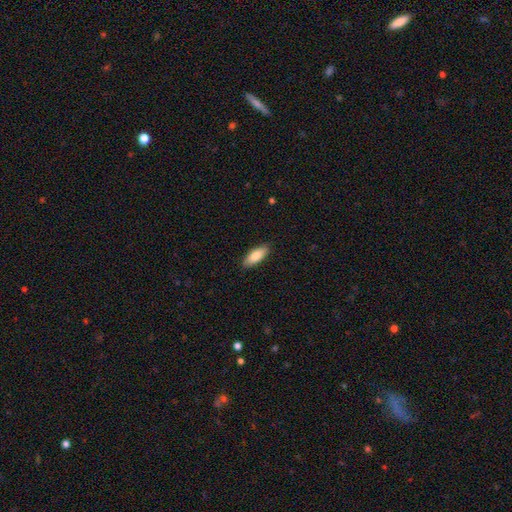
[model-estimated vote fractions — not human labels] smooth_or_featured: smooth (p=0.81) [alt: featured or disk p=0.13]
how_rounded: in between (p=0.72) [alt: cigar-shaped p=0.26]
merging: none (p=0.88) [alt: minor disturbance p=0.09]